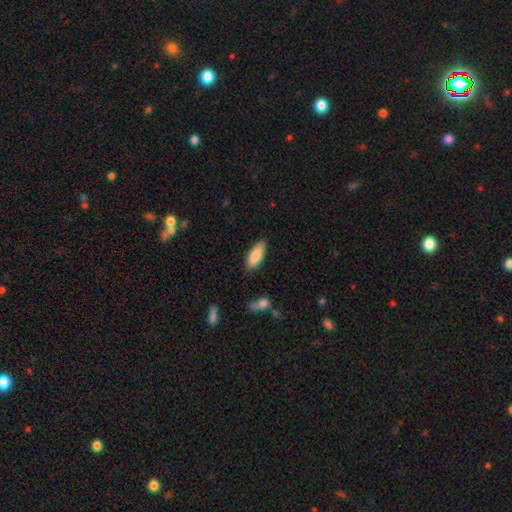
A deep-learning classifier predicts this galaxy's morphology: This is clearly a smooth galaxy (86%). How rounded: likely in between (74%). Merging: clearly none (81%).